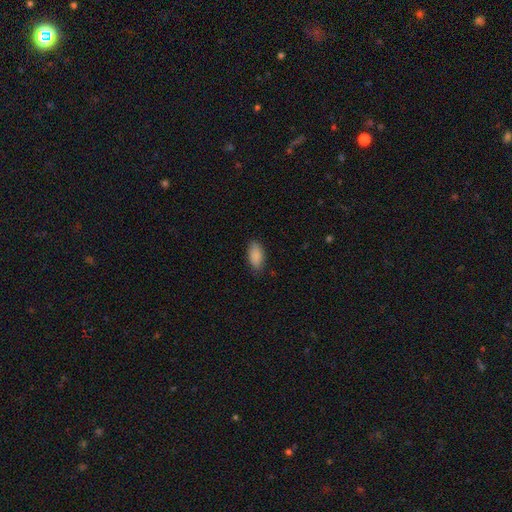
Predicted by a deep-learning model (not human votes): Smooth or featured: smooth — 89% (star or artifact — 7%)
How rounded: in between — 92% (cigar-shaped — 6%)
Merging: none — 81% (minor disturbance — 15%)